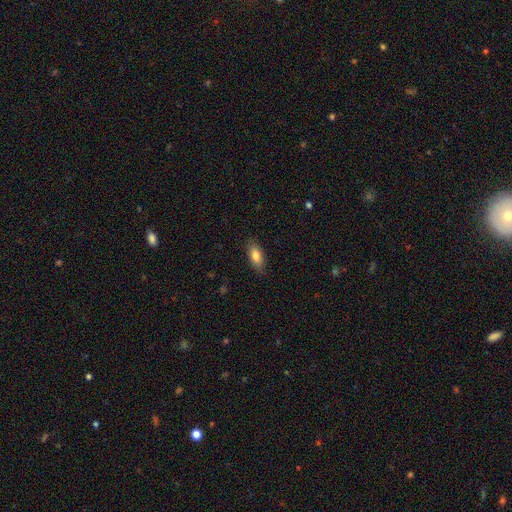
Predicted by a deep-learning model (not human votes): smooth_or_featured: smooth (p=0.82) [alt: featured or disk p=0.11]
how_rounded: in between (p=0.81) [alt: cigar-shaped p=0.16]
merging: none (p=0.86) [alt: minor disturbance p=0.11]